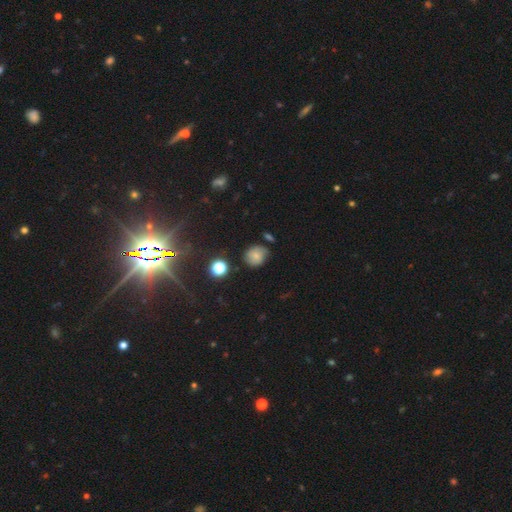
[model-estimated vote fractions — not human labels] This is likely a smooth galaxy (70%). How rounded: likely round (74%). Merging: likely none (65%).